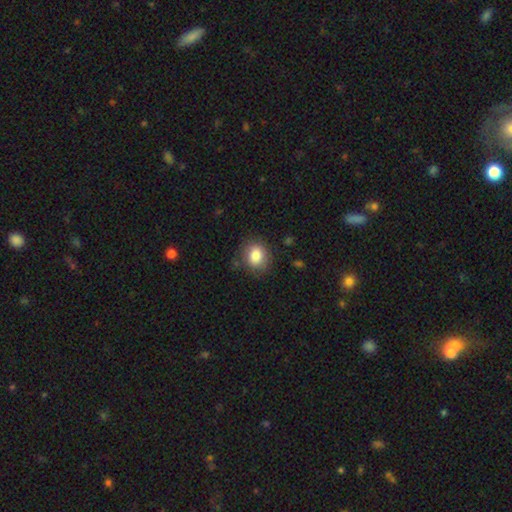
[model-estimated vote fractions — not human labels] Smooth or featured?
  - smooth: 84% *
  - star or artifact: 9%
  - featured or disk: 7%
How rounded?
  - round: 67% *
  - in between: 32%
  - cigar-shaped: 1%
Merging?
  - none: 82% *
  - minor disturbance: 13%
  - major disturbance: 4%
  - merger: 2%